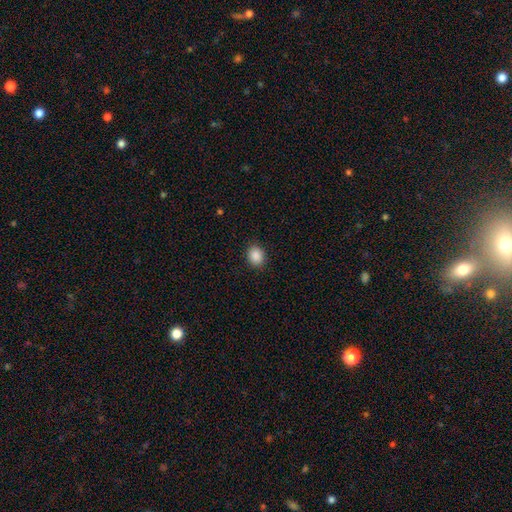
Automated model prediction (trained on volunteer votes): The model was most divided on "how rounded": round: 52%, in between: 47%, cigar-shaped: 1%. More confident: merging — none (90%); smooth or featured — smooth (88%).